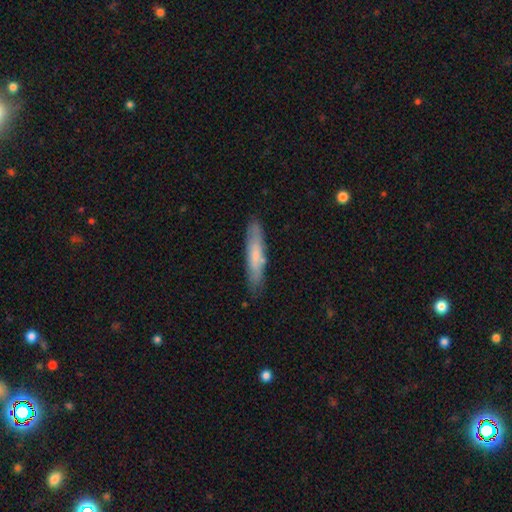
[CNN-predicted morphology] Smooth or featured? smooth (65%)
How rounded? cigar-shaped (84%)
Merging? none (81%)